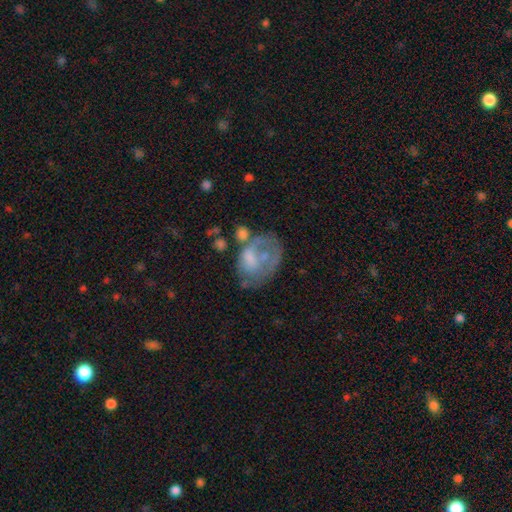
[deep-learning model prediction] Smooth or featured: featured or disk — 46% (smooth — 42%)
Merging: major disturbance — 31% (tied with none — 31%)